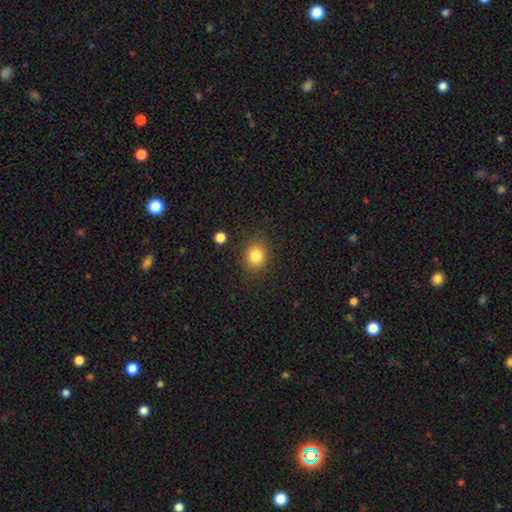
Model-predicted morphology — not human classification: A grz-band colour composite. It shows a smooth galaxy with no disk features (83%) that is round (74%). Merging: none (85%).